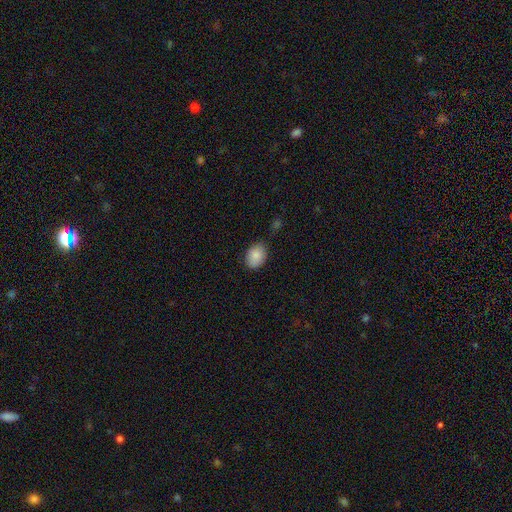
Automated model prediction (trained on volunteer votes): A smooth galaxy with no disk features (86%) that is in between round and cigar-shaped (69%).

Vote fractions:
- Smooth or featured? smooth: 86% / star or artifact: 7% / featured or disk: 6%
- How rounded? in between: 69% / round: 30% / cigar-shaped: 1%
- Merging? none: 71% / minor disturbance: 22% / major disturbance: 4% / merger: 3%